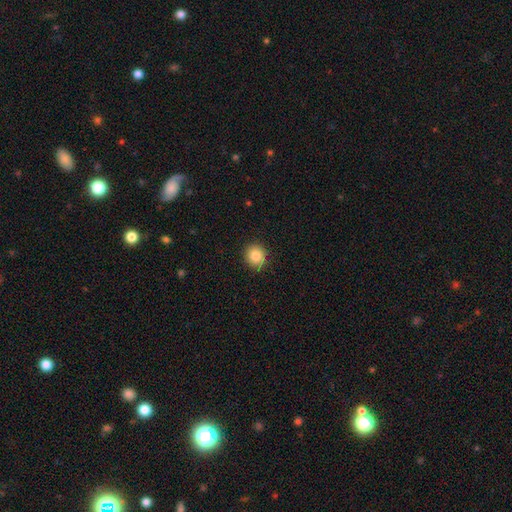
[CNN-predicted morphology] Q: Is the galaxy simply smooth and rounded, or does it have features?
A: smooth — 85%.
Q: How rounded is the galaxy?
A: round — 83%.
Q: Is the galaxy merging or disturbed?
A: none — 88%.